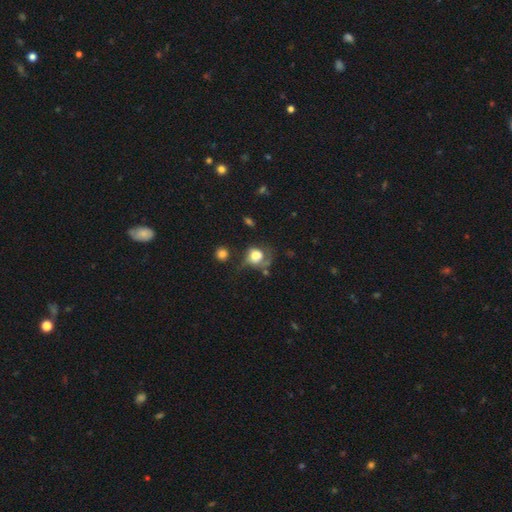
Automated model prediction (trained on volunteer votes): Smooth or featured? Predicted: smooth (p=0.64). How rounded? Predicted: round (p=0.66). Merging? Predicted: none (p=0.35).